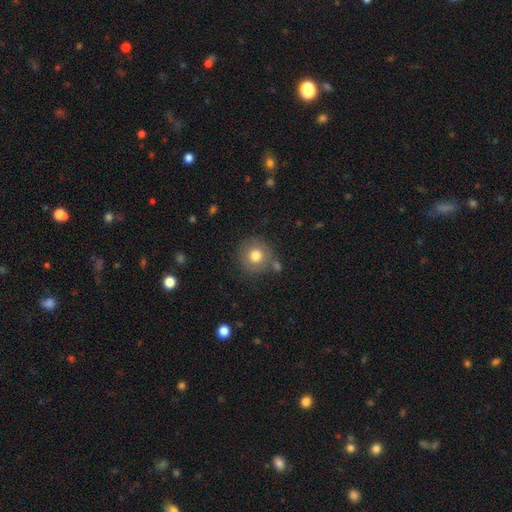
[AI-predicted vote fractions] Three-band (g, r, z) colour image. It shows a smooth galaxy with no disk features (76%) that is round (93%). Merging: none (77%).